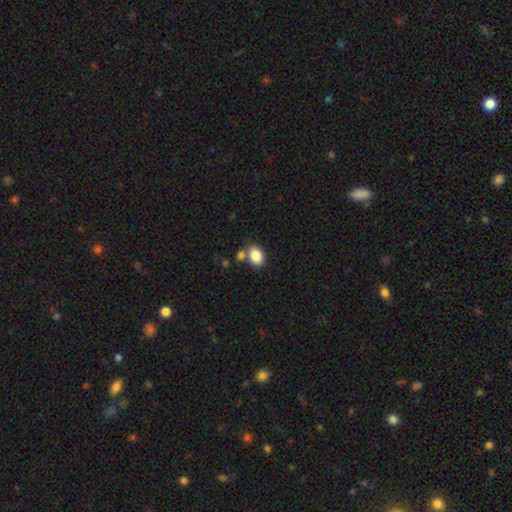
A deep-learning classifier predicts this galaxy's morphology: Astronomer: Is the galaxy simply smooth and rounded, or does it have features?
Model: smooth — 85%.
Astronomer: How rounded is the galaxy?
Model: in between — 75%.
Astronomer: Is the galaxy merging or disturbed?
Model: none — 62%.